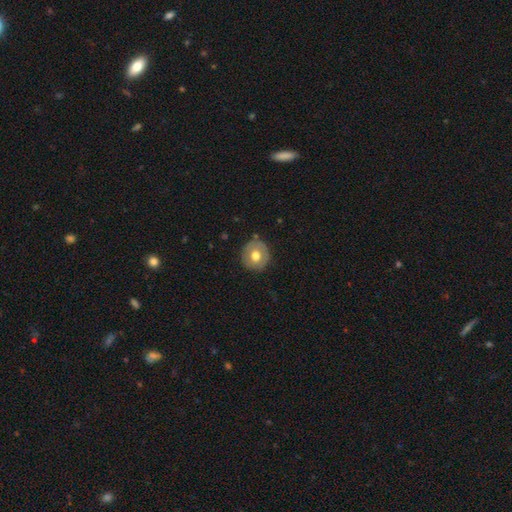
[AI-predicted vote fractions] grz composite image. It shows a smooth galaxy with no disk features (62%) that is round (91%). Merging: none (84%).